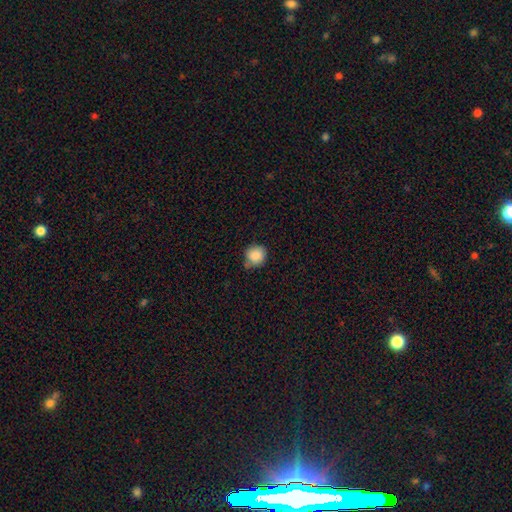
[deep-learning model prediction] This is clearly a smooth galaxy (86%). How rounded: clearly round (86%). Merging: likely none (66%).